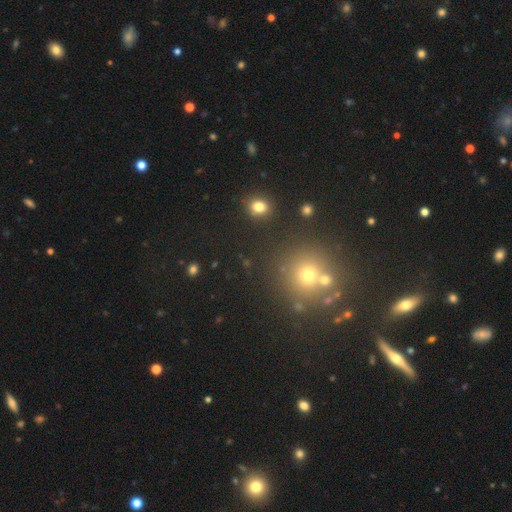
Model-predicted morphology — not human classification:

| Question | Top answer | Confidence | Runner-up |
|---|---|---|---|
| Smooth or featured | star or artifact | 47% | smooth (42%) |